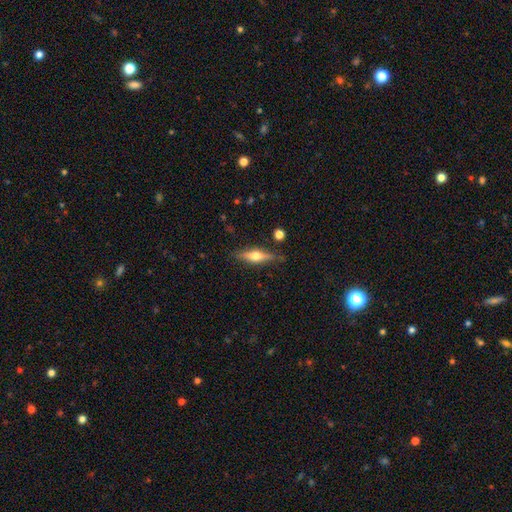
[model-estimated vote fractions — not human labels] Smooth or featured? Predicted: featured or disk (p=0.59). Edge-on disk? Predicted: yes (p=0.94). Edge-on bulge? Predicted: rounded (p=0.93). Merging? Predicted: none (p=0.82).